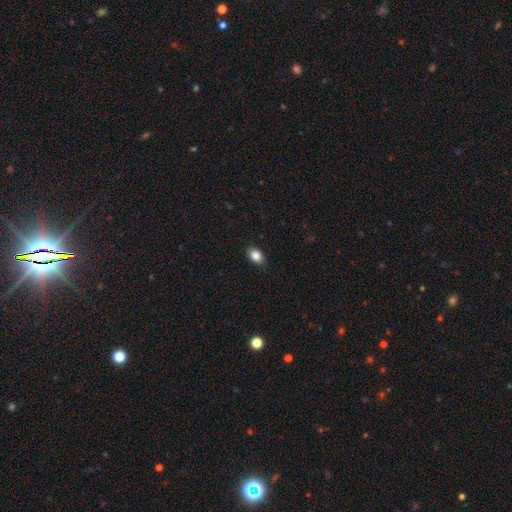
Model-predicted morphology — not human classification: This is clearly a smooth galaxy (86%). How rounded: clearly in between (80%). Merging: clearly none (87%).